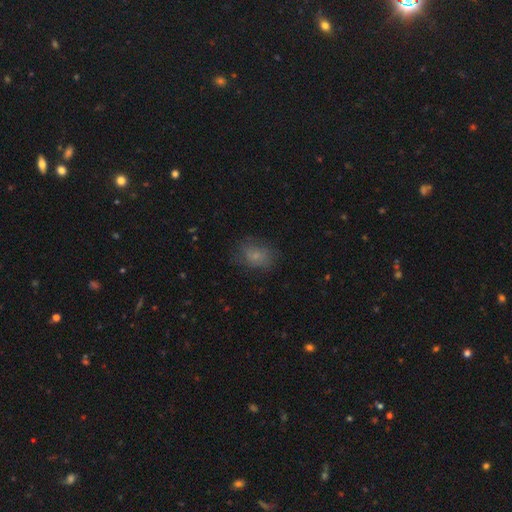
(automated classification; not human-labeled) smooth-or-featured: smooth: 68% | featured or disk: 19% | star or artifact: 12%
  how-rounded: in between: 63% | round: 36% | cigar-shaped: 1%
  merging: none: 66% | minor disturbance: 22% | major disturbance: 11% | merger: 1%